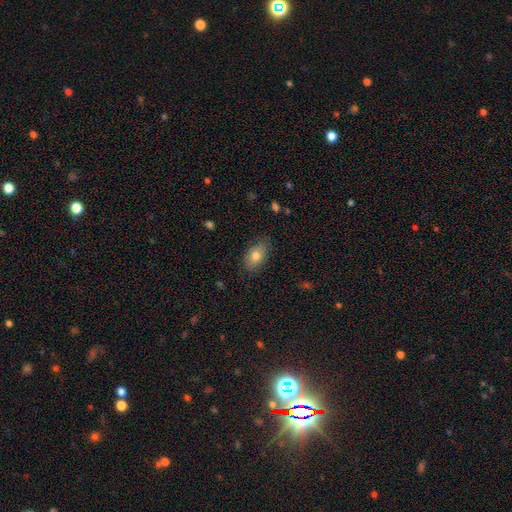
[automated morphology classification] Smooth or featured?
  - smooth: 78% *
  - featured or disk: 14%
  - star or artifact: 8%
How rounded?
  - in between: 88% *
  - round: 10%
  - cigar-shaped: 2%
Merging?
  - none: 79% *
  - minor disturbance: 16%
  - major disturbance: 3%
  - merger: 1%